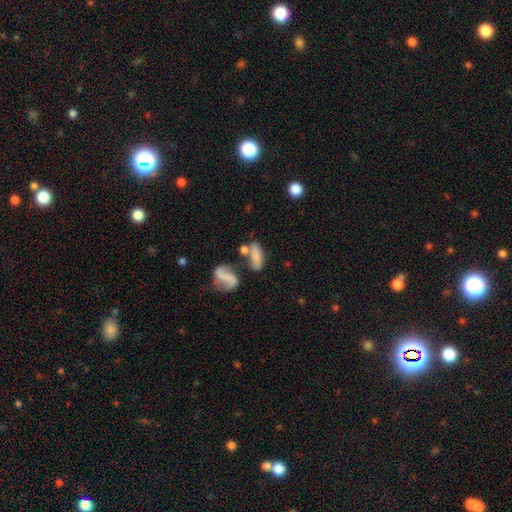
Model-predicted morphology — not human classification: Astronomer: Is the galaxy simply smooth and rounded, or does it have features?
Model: smooth — 69%.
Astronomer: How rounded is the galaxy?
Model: in between — 67%.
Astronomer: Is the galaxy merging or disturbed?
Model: none — 41% (runner-up: merger, 31%).